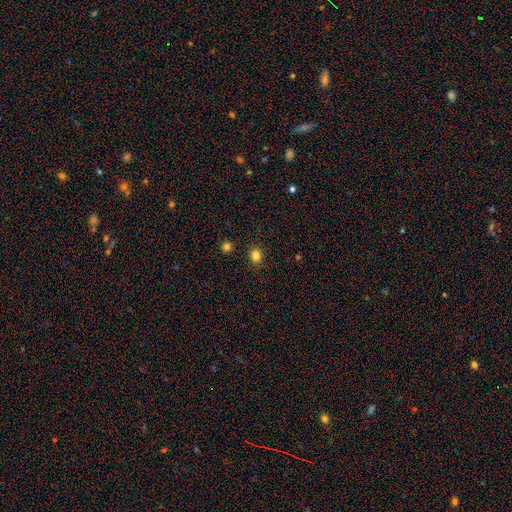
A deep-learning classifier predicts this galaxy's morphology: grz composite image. It shows a smooth galaxy with no disk features (83%) that is round (71%). Merging: none (90%).